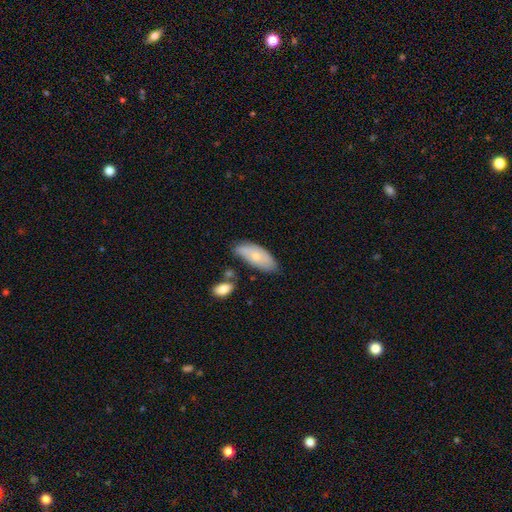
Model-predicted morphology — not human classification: Q: Smooth or featured?
A: smooth (67%); runner-up: featured or disk (27%)
Q: How rounded?
A: in between (85%); runner-up: cigar-shaped (12%)
Q: Merging?
A: none (61%); runner-up: minor disturbance (28%)